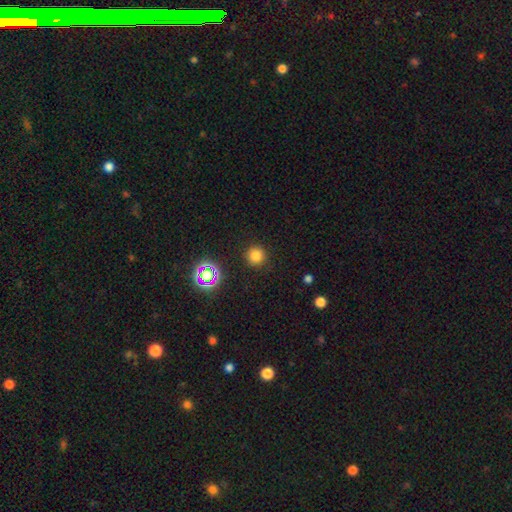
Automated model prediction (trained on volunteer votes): The model was most divided on "smooth or featured": smooth: 77%, star or artifact: 18%, featured or disk: 5%. More confident: how rounded — round (95%); merging — none (90%).